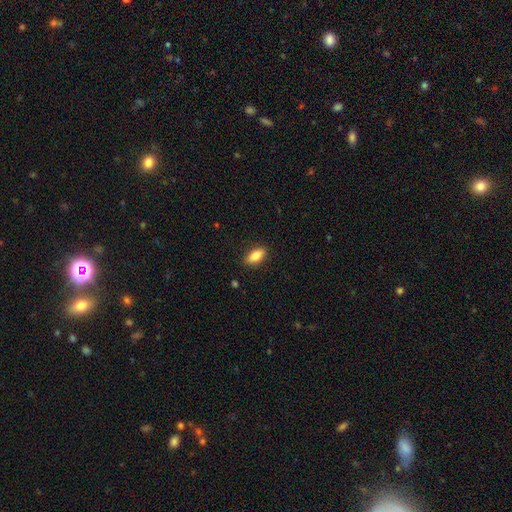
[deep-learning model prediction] The model was most divided on "smooth or featured": smooth: 83%, featured or disk: 9%, star or artifact: 7%. More confident: how rounded — in between (88%); merging — none (88%).